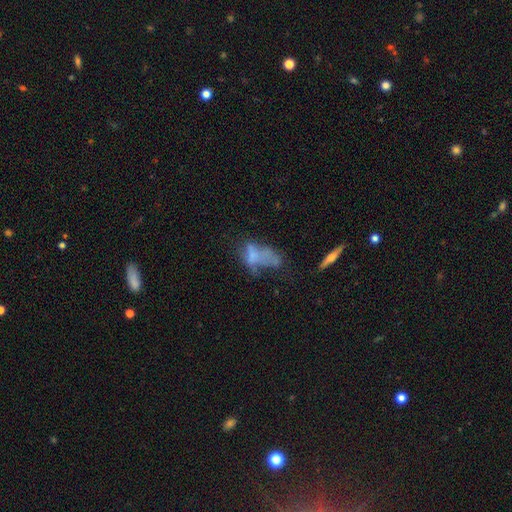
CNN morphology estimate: Smooth or featured?
  - featured or disk: 42% * (tied)
  - smooth: 42% * (tied)
  - star or artifact: 16%
Merging?
  - major disturbance: 36% *
  - none: 24%
  - merger: 21%
  - minor disturbance: 19%